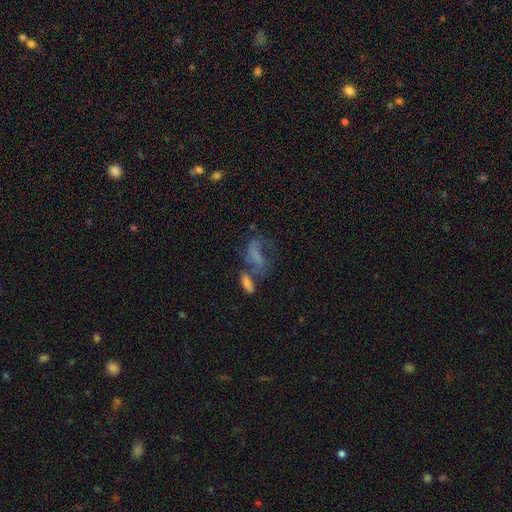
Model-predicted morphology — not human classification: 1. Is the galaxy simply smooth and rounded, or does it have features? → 41% featured or disk (tied), 41% smooth (tied), 18% star or artifact.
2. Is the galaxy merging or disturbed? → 36% merger, 26% major disturbance, 25% none, 14% minor disturbance.